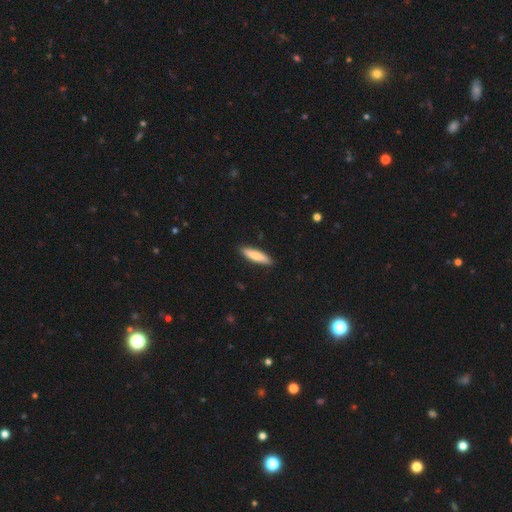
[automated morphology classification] This appears to be a smooth galaxy with no disk features (79%) that is cigar-shaped (75%). Merging: none (89%).